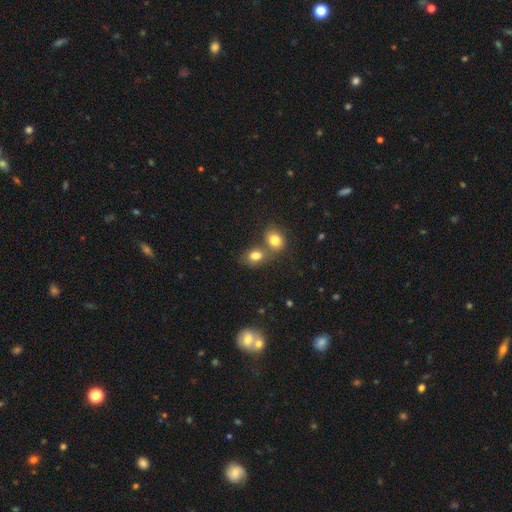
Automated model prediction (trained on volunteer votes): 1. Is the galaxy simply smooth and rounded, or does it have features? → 79% smooth, 11% star or artifact, 10% featured or disk.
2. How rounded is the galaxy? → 58% in between, 41% round, 1% cigar-shaped.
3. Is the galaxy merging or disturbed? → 49% merger, 39% none, 9% minor disturbance, 3% major disturbance.